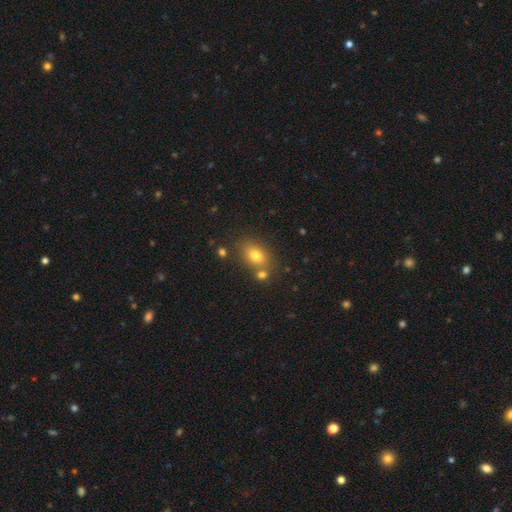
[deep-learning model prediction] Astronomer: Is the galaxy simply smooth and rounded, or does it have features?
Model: smooth — 76%.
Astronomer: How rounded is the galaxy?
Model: in between — 67%.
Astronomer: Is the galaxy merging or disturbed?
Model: none — 69%.